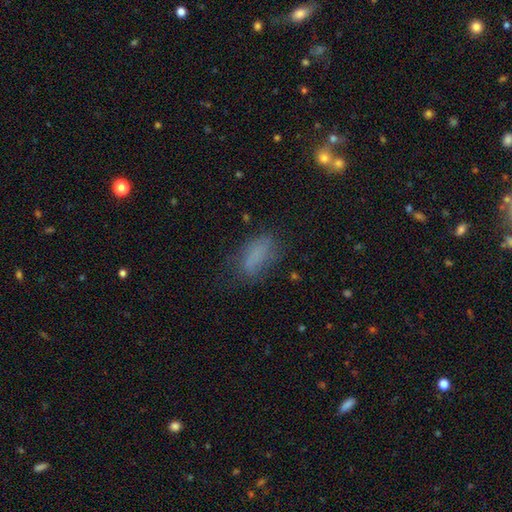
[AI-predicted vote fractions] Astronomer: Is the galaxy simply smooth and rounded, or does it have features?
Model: smooth — 71%.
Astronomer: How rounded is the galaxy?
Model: in between — 82%.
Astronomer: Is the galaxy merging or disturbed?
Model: none — 59%.